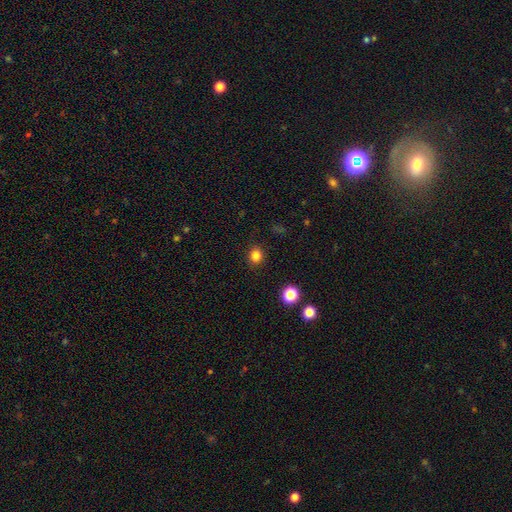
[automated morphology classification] smooth 83%, star or artifact 13%, featured or disk 4%. Down the decision tree: how rounded — round (72%); merging — none (89%).